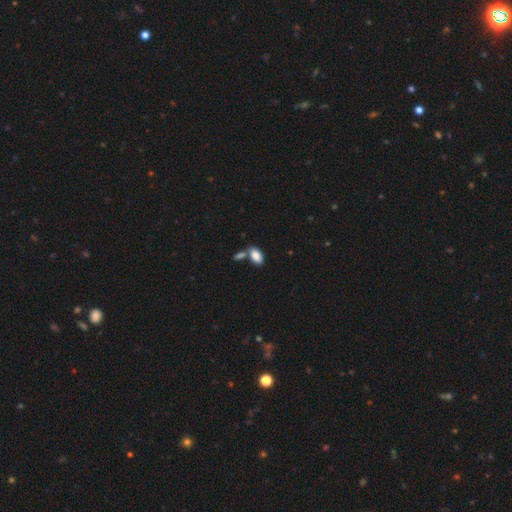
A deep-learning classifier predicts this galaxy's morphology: This is clearly a smooth galaxy (86%). How rounded: clearly in between (93%). Merging: possibly none (54%).